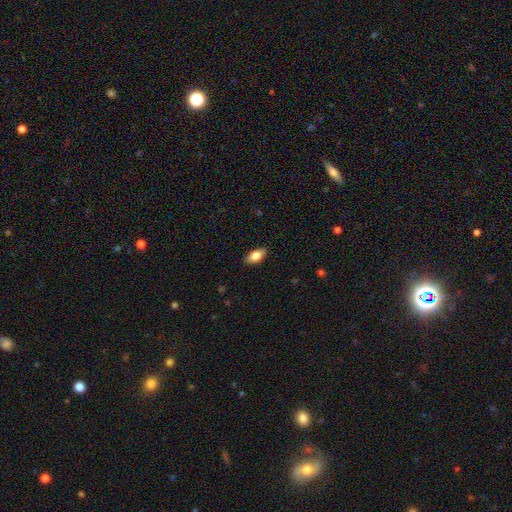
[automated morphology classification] A smooth galaxy with no disk features (80%) that is in between round and cigar-shaped (89%).

Vote fractions:
- Smooth or featured? smooth: 80% / featured or disk: 13% / star or artifact: 7%
- How rounded? in between: 89% / cigar-shaped: 8% / round: 3%
- Merging? none: 88% / minor disturbance: 9% / major disturbance: 2% / merger: 1%